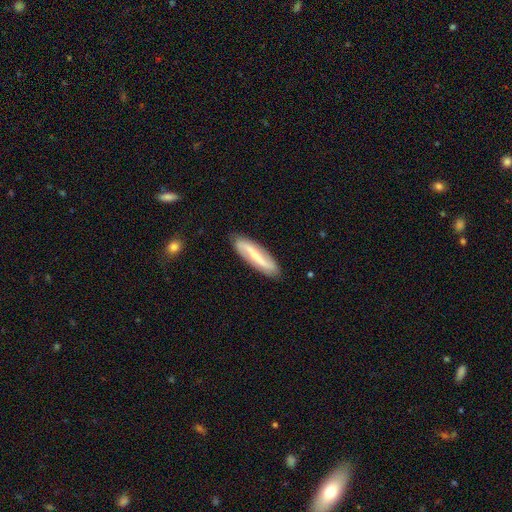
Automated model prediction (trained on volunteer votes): Morphology: type=featured or disk (67%); edge-on=no (78%); bar=strong (55%); spiral arms=yes (87%); bulge=small (54%); merging=none (86%).